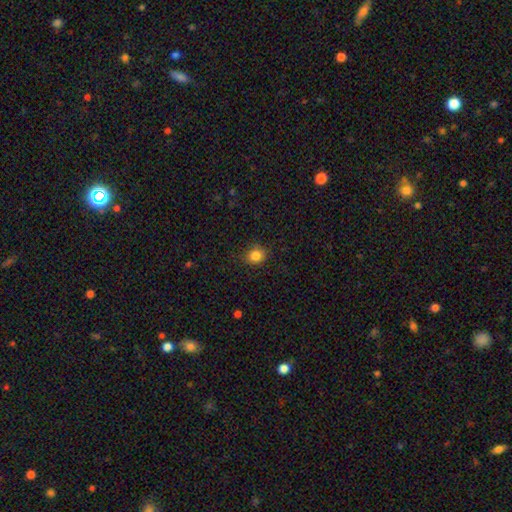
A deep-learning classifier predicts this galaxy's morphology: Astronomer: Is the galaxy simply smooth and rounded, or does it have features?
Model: smooth — 84%.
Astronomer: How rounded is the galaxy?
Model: round — 73%.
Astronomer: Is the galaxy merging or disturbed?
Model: none — 85%.